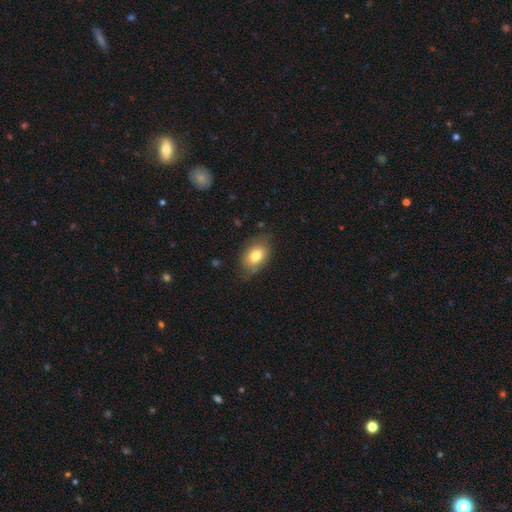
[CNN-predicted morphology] A smooth galaxy with no disk features (76%) that is in between round and cigar-shaped (83%). Merging: none (72%).